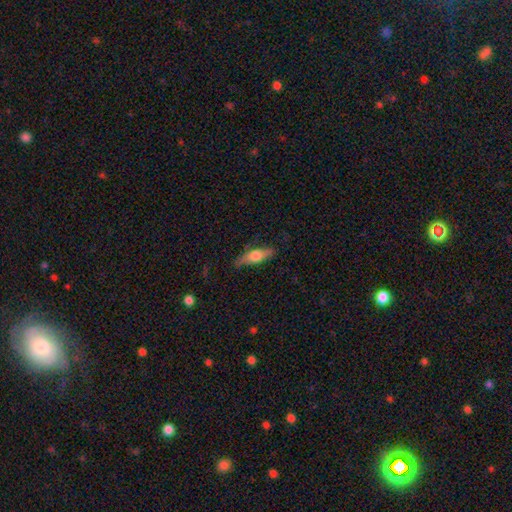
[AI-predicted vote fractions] Overall: smooth (52%; featured or disk 42%). How rounded: cigar-shaped (53%; in between 43%). Merging: none (78%).